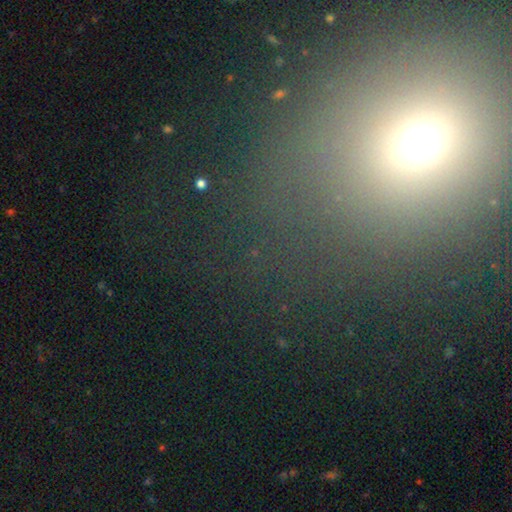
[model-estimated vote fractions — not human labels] Smooth or featured? Predicted: star or artifact (p=0.60).